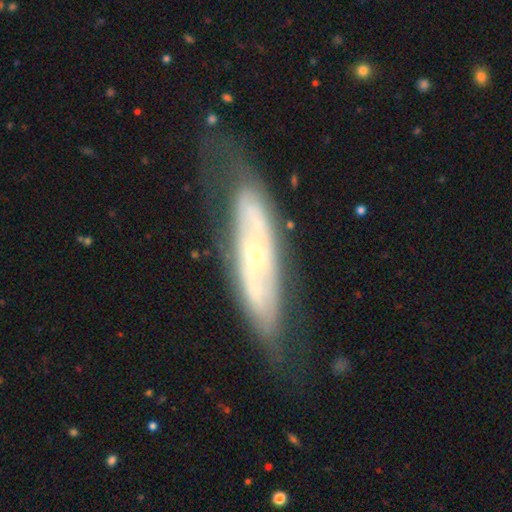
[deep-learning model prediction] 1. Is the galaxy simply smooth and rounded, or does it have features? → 71% featured or disk, 22% smooth, 7% star or artifact.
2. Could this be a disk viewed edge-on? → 72% no, 28% yes.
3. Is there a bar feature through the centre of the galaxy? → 81% no, 13% weak, 6% strong.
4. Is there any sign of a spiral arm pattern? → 53% yes, 47% no.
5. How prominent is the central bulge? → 71% small, 25% moderate, 2% large, 1% none, 1% dominant.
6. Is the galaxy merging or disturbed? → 68% none, 20% minor disturbance, 11% major disturbance, 2% merger.